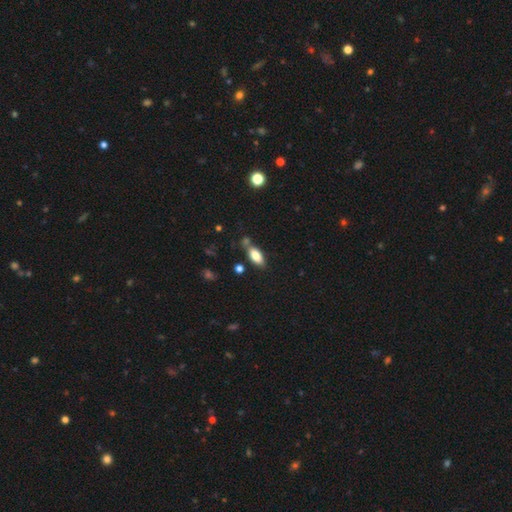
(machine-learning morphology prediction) Smooth or featured: smooth — 80% (featured or disk — 12%)
How rounded: in between — 85% (cigar-shaped — 12%)
Merging: none — 69% (minor disturbance — 15%)